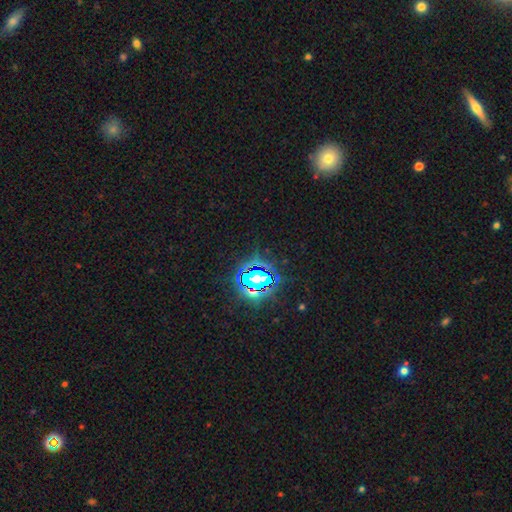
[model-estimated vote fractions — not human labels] Smooth or featured?
  - star or artifact: 81% *
  - smooth: 11%
  - featured or disk: 8%